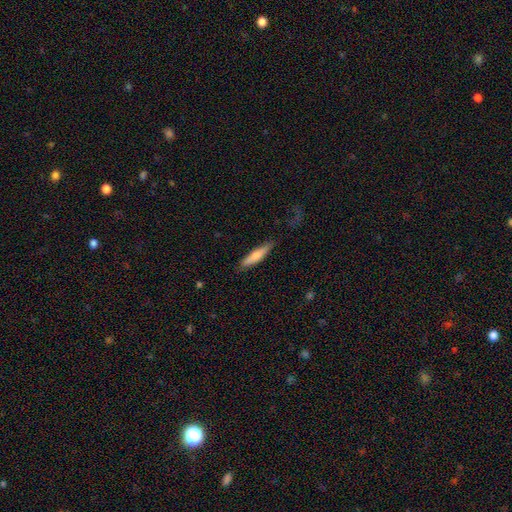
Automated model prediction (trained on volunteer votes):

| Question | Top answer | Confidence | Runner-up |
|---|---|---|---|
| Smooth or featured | smooth | 68% | featured or disk (27%) |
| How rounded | cigar-shaped | 84% | in between (15%) |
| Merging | none | 84% | minor disturbance (11%) |